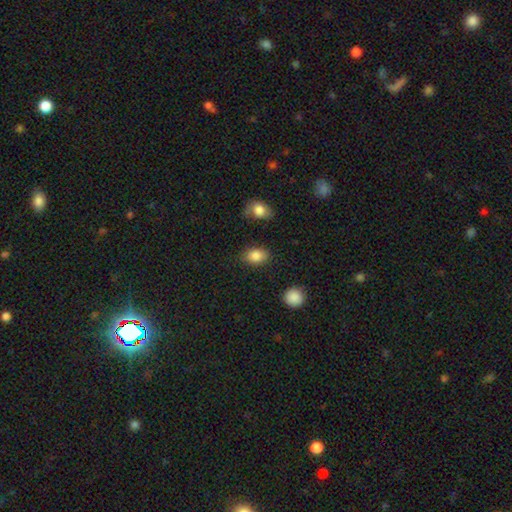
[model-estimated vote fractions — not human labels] Q: Smooth or featured?
A: smooth (85%); runner-up: star or artifact (8%)
Q: How rounded?
A: in between (79%); runner-up: round (20%)
Q: Merging?
A: none (82%); runner-up: minor disturbance (12%)